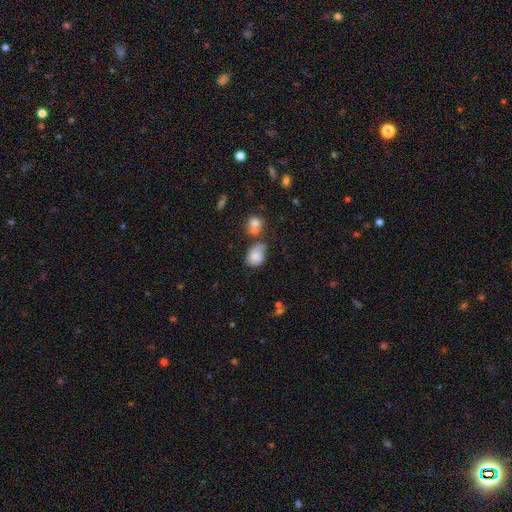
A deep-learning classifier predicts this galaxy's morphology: smooth-or-featured: smooth: 70% | featured or disk: 20% | star or artifact: 10%
  how-rounded: in between: 70% | round: 28% | cigar-shaped: 1%
  merging: none: 35% | minor disturbance: 29% | merger: 21% | major disturbance: 15%